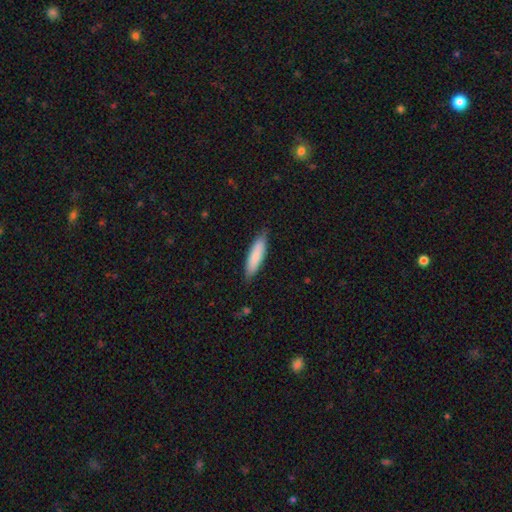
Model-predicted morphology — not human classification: Smooth or featured?
  - smooth: 83% *
  - featured or disk: 11%
  - star or artifact: 5%
How rounded?
  - cigar-shaped: 67% *
  - in between: 31%
  - round: 1%
Merging?
  - none: 83% *
  - minor disturbance: 14%
  - major disturbance: 2%
  - merger: 1%